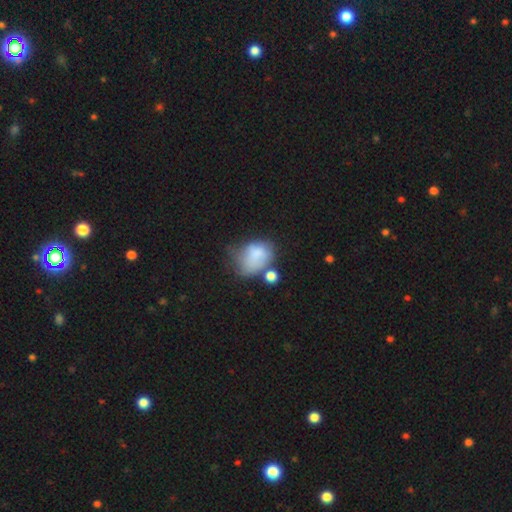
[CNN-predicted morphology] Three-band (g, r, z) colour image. It shows a smooth galaxy with no disk features (67%) that is in between round and cigar-shaped (67%). Merging: minor disturbance (28%, tied with major disturbance).